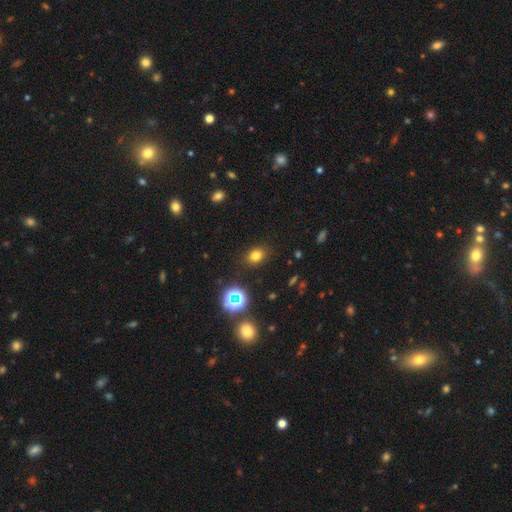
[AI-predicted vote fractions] Morphology: type=smooth (74%); roundness=in between (54%); merging=none (86%).